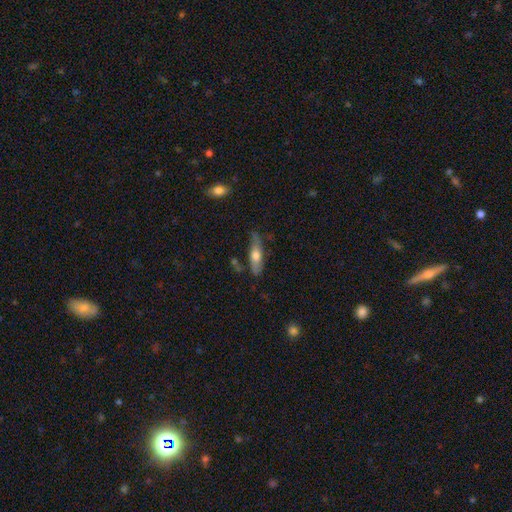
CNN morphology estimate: The model was most divided on "smooth or featured": smooth: 55%, featured or disk: 39%, star or artifact: 6%. More confident: merging — none (69%); how rounded — cigar-shaped (60%).